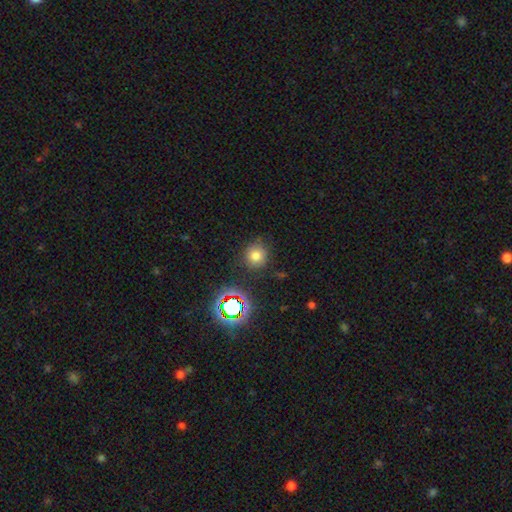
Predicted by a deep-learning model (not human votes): This is likely a smooth galaxy (72%). How rounded: clearly round (91%). Merging: clearly none (84%).